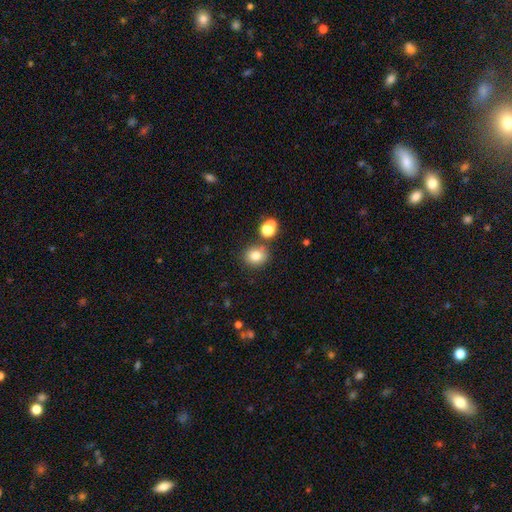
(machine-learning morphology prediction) smooth_or_featured: smooth (p=0.79) [alt: star or artifact p=0.13]
how_rounded: round (p=0.75) [alt: in between p=0.24]
merging: none (p=0.76) [alt: merger p=0.11]